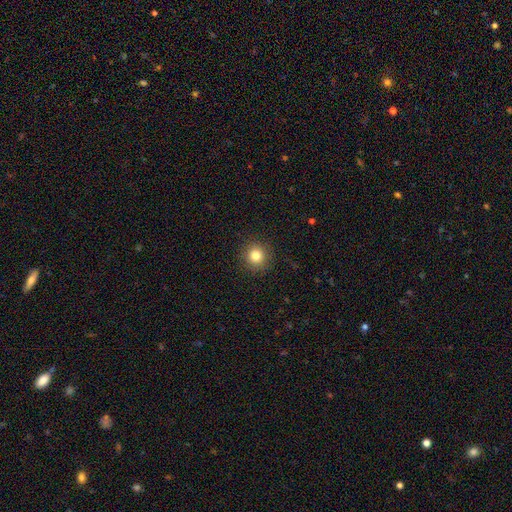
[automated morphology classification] Q: Smooth or featured?
A: smooth (82%); runner-up: star or artifact (12%)
Q: How rounded?
A: round (92%); runner-up: in between (7%)
Q: Merging?
A: none (91%); runner-up: minor disturbance (6%)